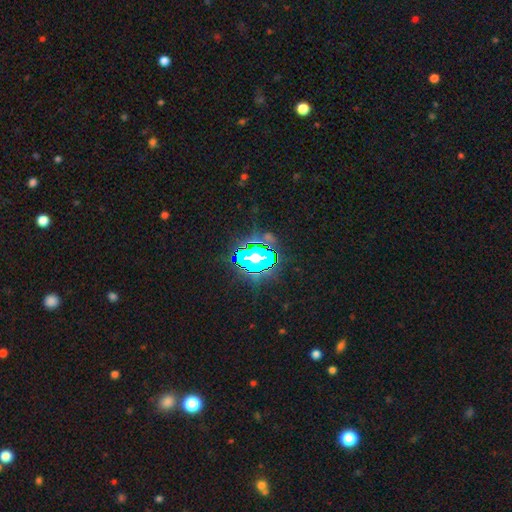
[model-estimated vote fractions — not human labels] This appears to be a star or artifact, not a galaxy (61%).